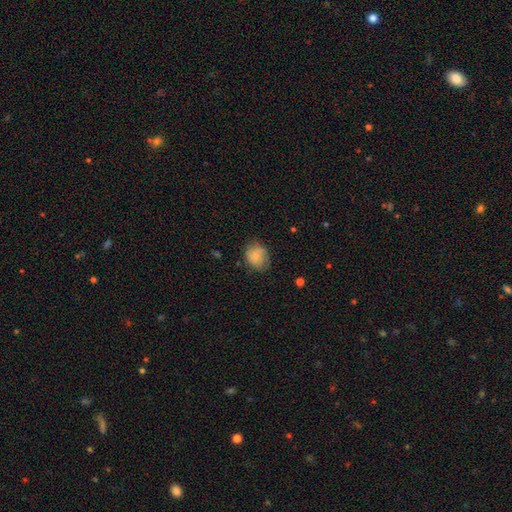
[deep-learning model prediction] Overall: smooth (77%). How rounded: round (61%; in between 38%). Merging: none (66%).